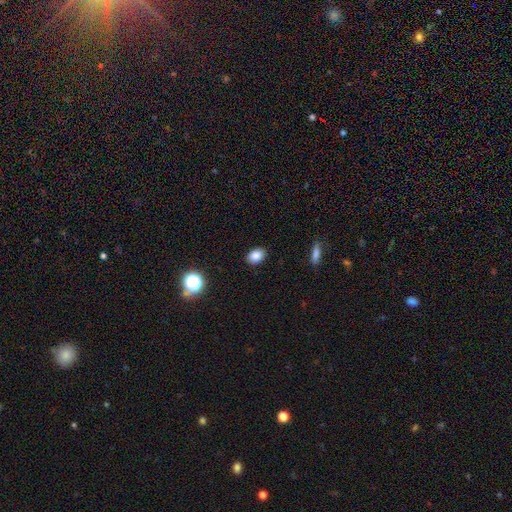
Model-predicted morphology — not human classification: smooth 84%, star or artifact 11%, featured or disk 5%. Down the decision tree: how rounded — in between (75%); merging — none (89%).